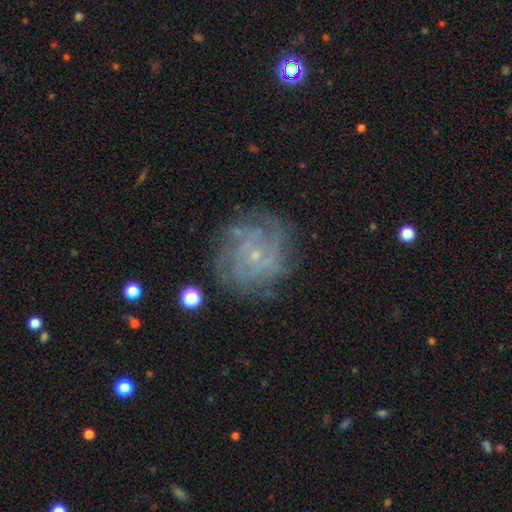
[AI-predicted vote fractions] A featured or disk galaxy (78%) with no bar (77%), tight (65%) spiral arms (91%) and a small central bulge (85%). Merging: none (77%).